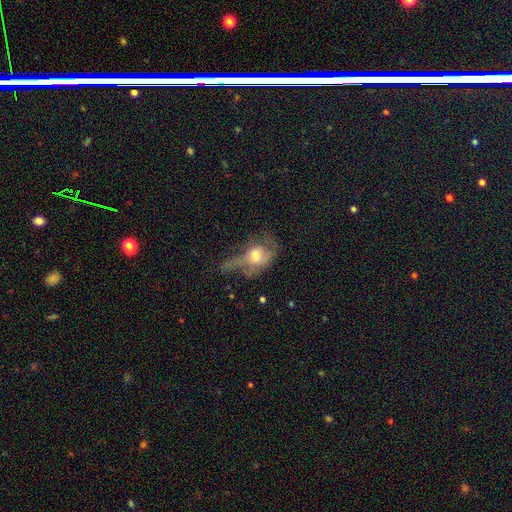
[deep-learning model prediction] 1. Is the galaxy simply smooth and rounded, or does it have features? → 54% smooth, 36% featured or disk, 10% star or artifact.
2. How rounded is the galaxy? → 65% in between, 32% round, 3% cigar-shaped.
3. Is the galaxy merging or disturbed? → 52% major disturbance, 20% minor disturbance, 19% none, 9% merger.